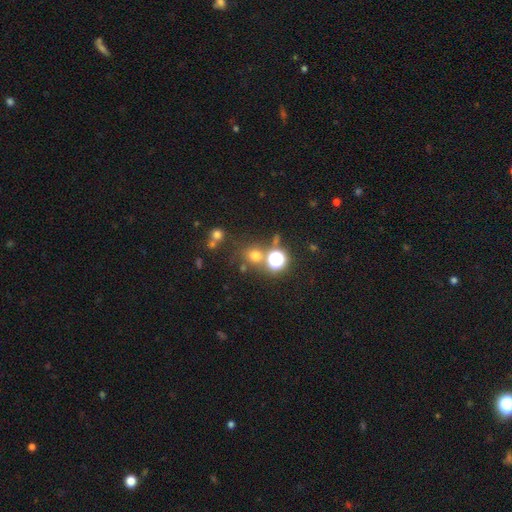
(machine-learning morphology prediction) Smooth or featured?
  - smooth: 63% *
  - star or artifact: 29%
  - featured or disk: 8%
How rounded?
  - round: 86% *
  - in between: 13%
  - cigar-shaped: 1%
Merging?
  - none: 72% *
  - merger: 14%
  - minor disturbance: 9%
  - major disturbance: 5%